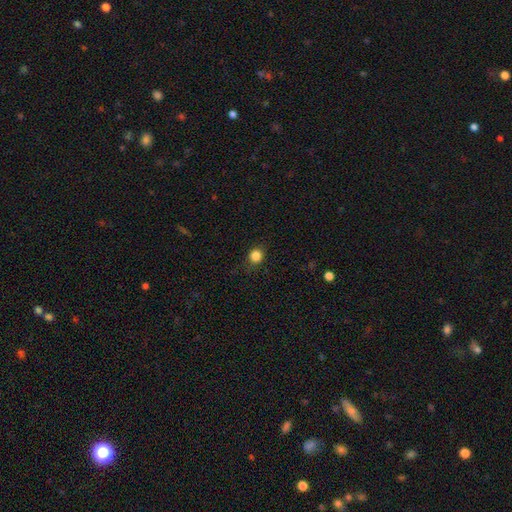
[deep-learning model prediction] Q: Smooth or featured?
A: smooth (84%); runner-up: star or artifact (11%)
Q: How rounded?
A: round (83%); runner-up: in between (16%)
Q: Merging?
A: none (85%); runner-up: minor disturbance (11%)